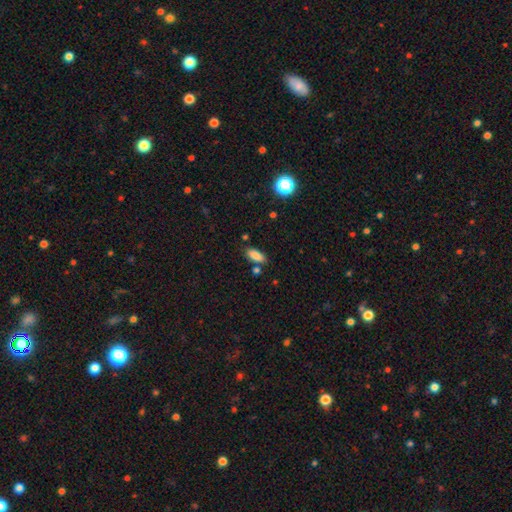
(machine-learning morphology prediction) smooth 85%, star or artifact 9%, featured or disk 6%. Down the decision tree: how rounded — in between (86%); merging — none (78%).